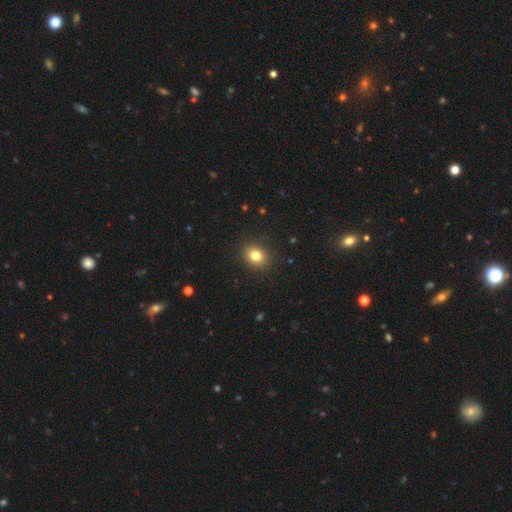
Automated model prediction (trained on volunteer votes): Smooth or featured?
  - smooth: 82% *
  - star or artifact: 11%
  - featured or disk: 7%
How rounded?
  - round: 58% *
  - in between: 41%
  - cigar-shaped: 1%
Merging?
  - none: 89% *
  - minor disturbance: 7%
  - major disturbance: 2%
  - merger: 1%